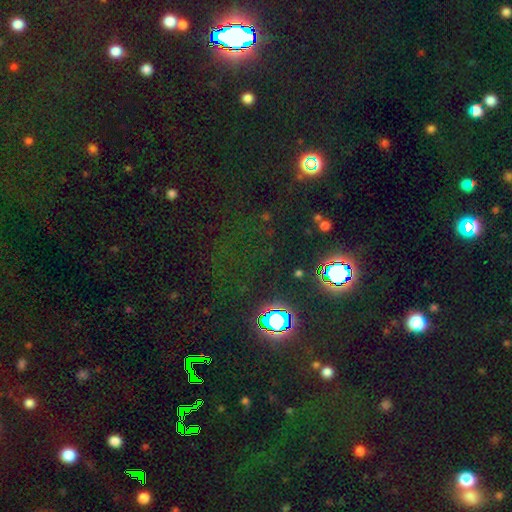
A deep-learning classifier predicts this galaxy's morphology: Overall: star or artifact (73%).